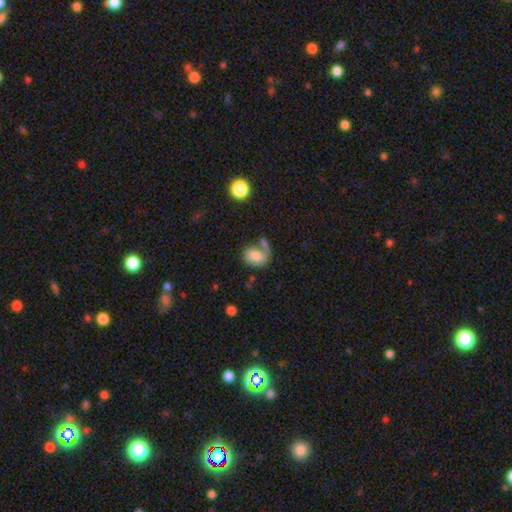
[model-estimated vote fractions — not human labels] Overall: smooth (70%). How rounded: in between (65%; round 33%). Merging: none (45%; merger 26%).